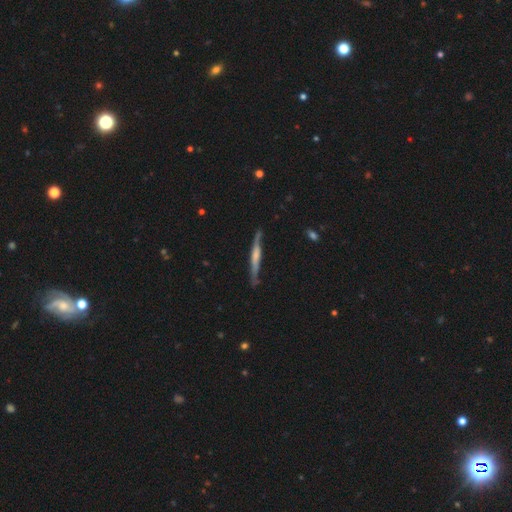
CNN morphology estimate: Smooth or featured: featured or disk — 62% (smooth — 33%)
Edge-on disk: yes — 95% (no — 5%)
Edge-on bulge: rounded — 37% (none — 33%)
Merging: none — 77% (minor disturbance — 18%)